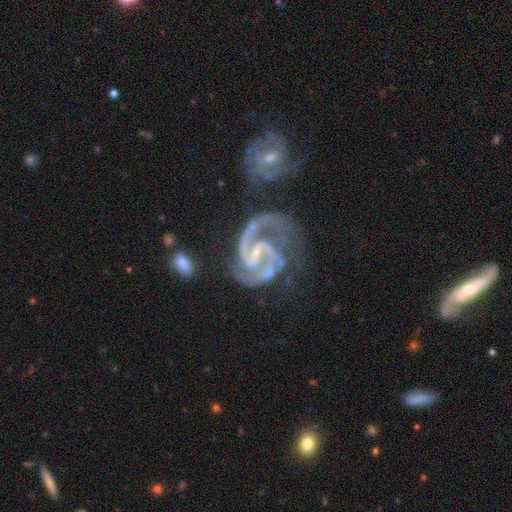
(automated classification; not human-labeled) Smooth or featured? featured or disk (91%)
Edge-on disk? no (98%)
Bar? weak (45%)
Spiral arms? yes (98%)
Spiral winding? medium (57%)
Spiral arm count? 2 (80%)
Bulge size? small (63%)
Merging? none (41%)